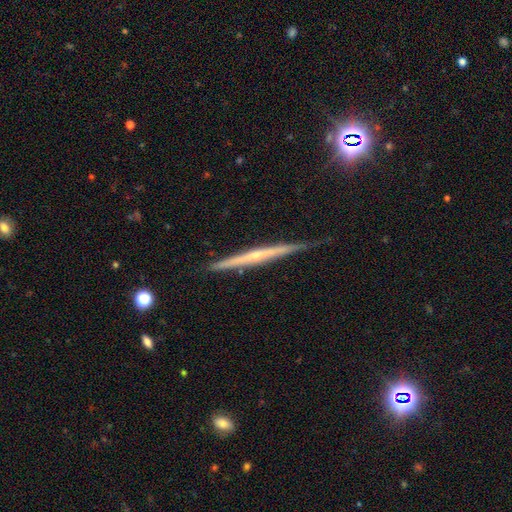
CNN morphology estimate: Q: Smooth or featured?
A: featured or disk (72%); runner-up: smooth (21%)
Q: Edge-on disk?
A: yes (98%); runner-up: no (2%)
Q: Edge-on bulge?
A: rounded (48%); runner-up: none (47%)
Q: Merging?
A: none (81%); runner-up: minor disturbance (15%)